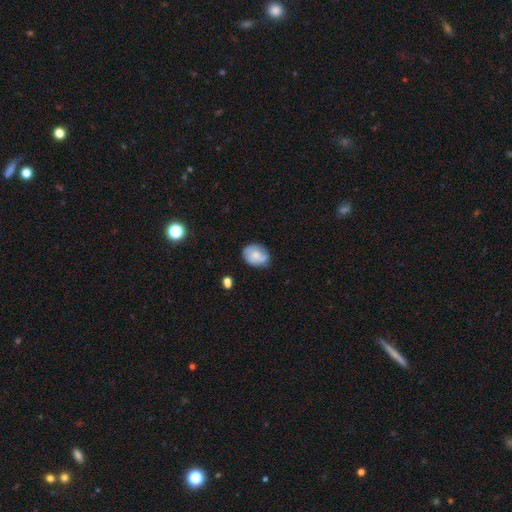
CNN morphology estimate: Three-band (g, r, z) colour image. It shows a smooth galaxy with no disk features (66%) that is in between round and cigar-shaped (63%). Merging: none (67%).